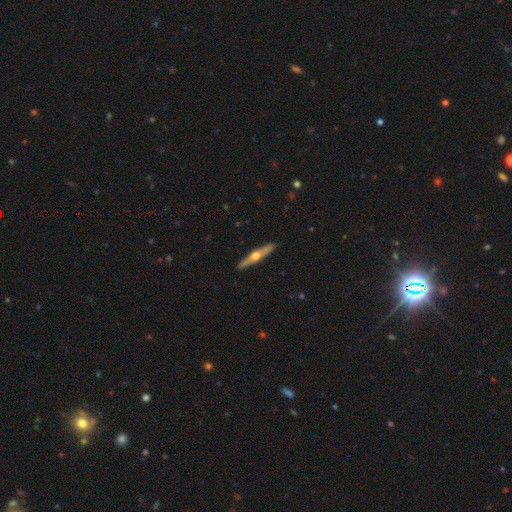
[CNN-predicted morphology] The model was most divided on "smooth or featured": featured or disk: 66%, smooth: 29%, star or artifact: 5%. More confident: edge-on disk — yes (96%); edge-on bulge — rounded (94%); merging — none (92%).